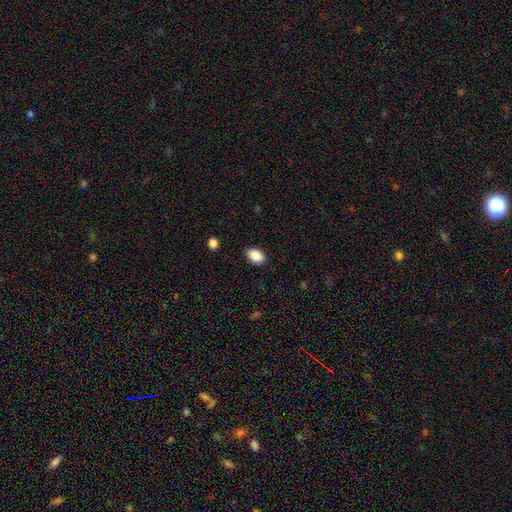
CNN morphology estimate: Smooth or featured: smooth — 88% (star or artifact — 7%)
How rounded: in between — 91% (round — 8%)
Merging: none — 87% (minor disturbance — 10%)